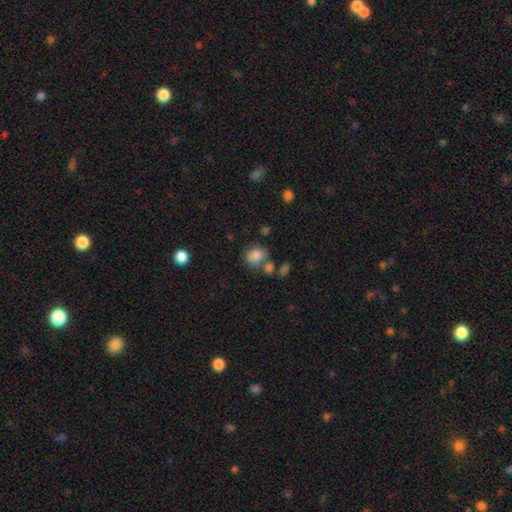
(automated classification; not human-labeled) A smooth galaxy with no disk features (82%) that is round (63%). Merging: none (55%).